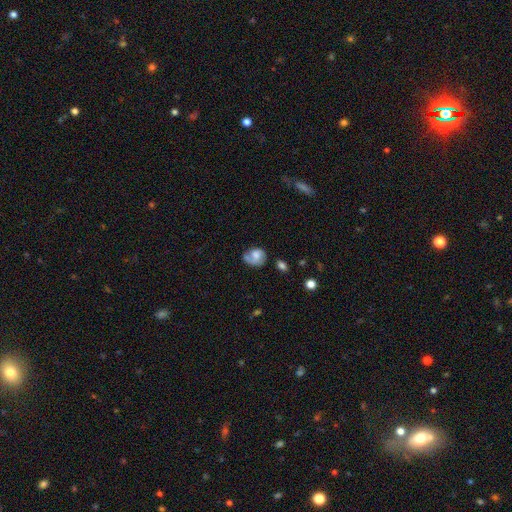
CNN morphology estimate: smooth_or_featured: smooth (p=0.55) [alt: featured or disk p=0.36]
how_rounded: round (p=0.56) [alt: in between p=0.43]
merging: none (p=0.43) [alt: minor disturbance p=0.27]